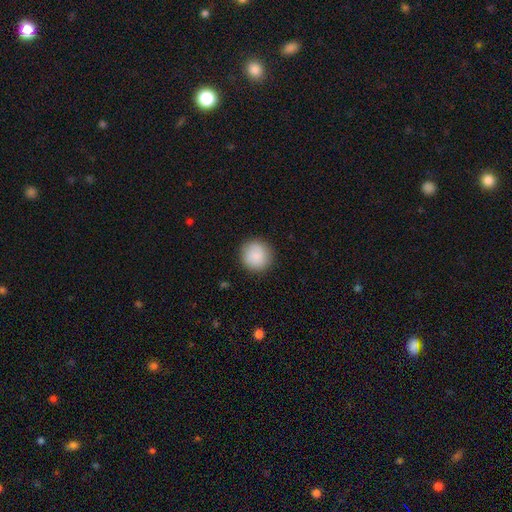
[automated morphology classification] Smooth or featured? smooth (87%)
How rounded? round (94%)
Merging? none (89%)